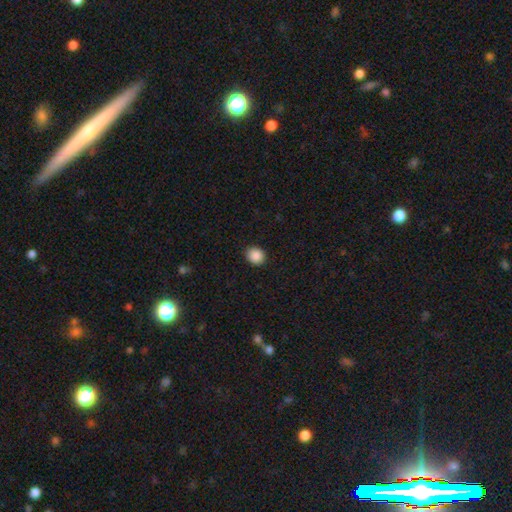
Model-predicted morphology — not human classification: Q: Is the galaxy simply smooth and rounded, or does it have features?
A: smooth — 89%.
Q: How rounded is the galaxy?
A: round — 79%.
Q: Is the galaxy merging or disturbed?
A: none — 90%.